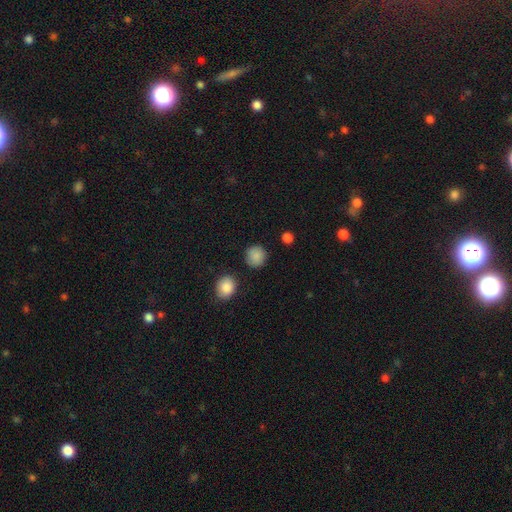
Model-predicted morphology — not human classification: Smooth or featured?
  - smooth: 87% *
  - star or artifact: 9%
  - featured or disk: 4%
How rounded?
  - round: 91% *
  - in between: 8%
  - cigar-shaped: 1%
Merging?
  - none: 86% *
  - minor disturbance: 9%
  - major disturbance: 3%
  - merger: 2%